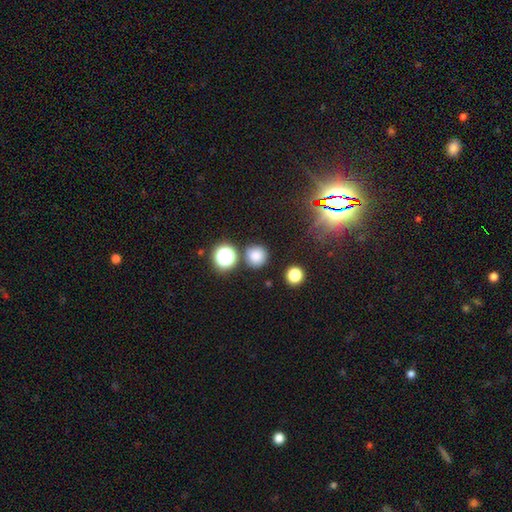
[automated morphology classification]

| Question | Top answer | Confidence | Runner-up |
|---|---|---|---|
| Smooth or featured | smooth | 79% | star or artifact (16%) |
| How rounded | round | 92% | in between (7%) |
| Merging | none | 81% | minor disturbance (9%) |